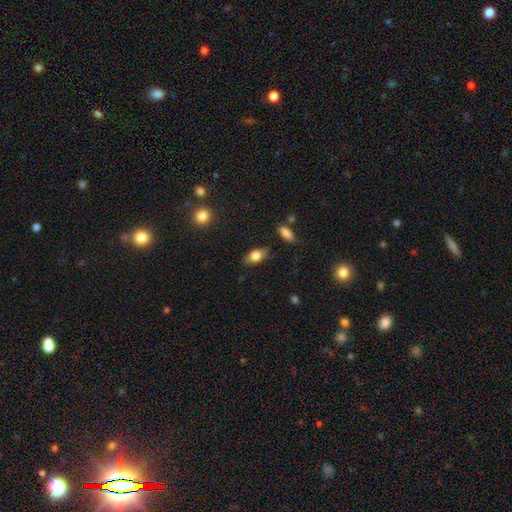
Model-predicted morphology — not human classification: Smooth or featured: smooth — 77% (featured or disk — 15%)
How rounded: in between — 82% (round — 12%)
Merging: none — 78% (minor disturbance — 16%)